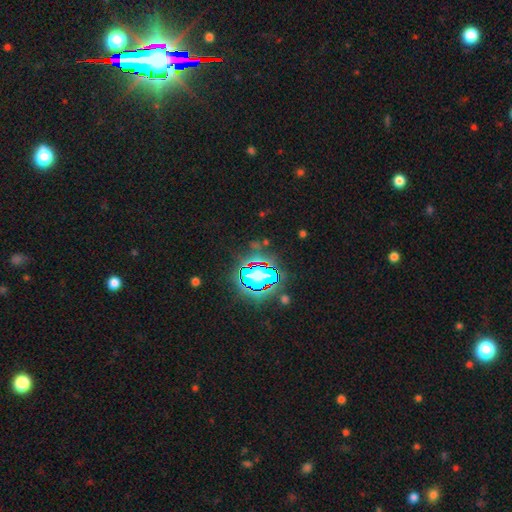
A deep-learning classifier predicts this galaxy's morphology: A star or artifact, not a galaxy (85%).